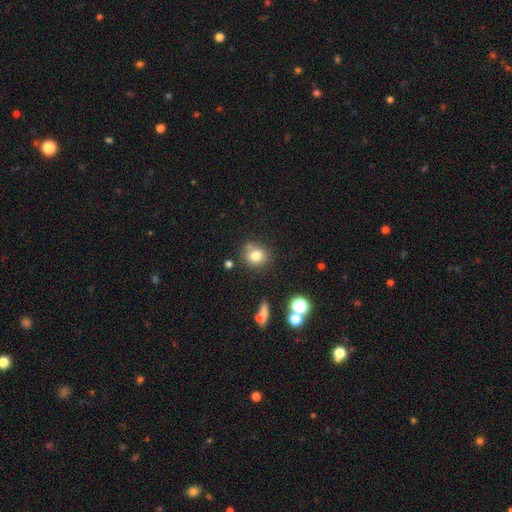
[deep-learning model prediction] A smooth galaxy with no disk features (79%) that is round (78%).

Vote fractions:
- Smooth or featured? smooth: 79% / star or artifact: 12% / featured or disk: 9%
- How rounded? round: 78% / in between: 21% / cigar-shaped: 1%
- Merging? none: 72% / minor disturbance: 14% / merger: 9% / major disturbance: 4%